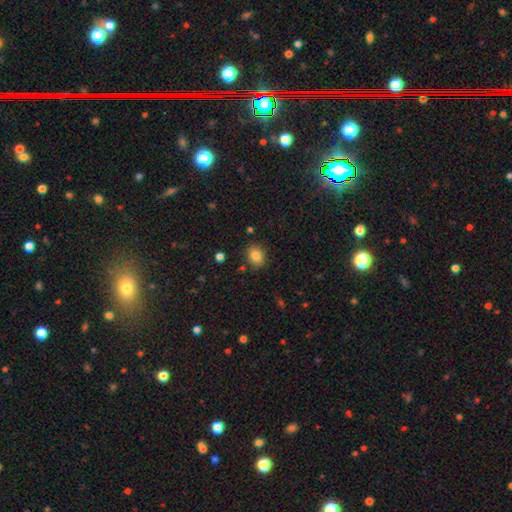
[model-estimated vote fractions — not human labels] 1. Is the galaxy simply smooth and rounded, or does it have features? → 83% smooth, 10% star or artifact, 7% featured or disk.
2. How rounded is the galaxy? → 51% round, 48% in between, 1% cigar-shaped.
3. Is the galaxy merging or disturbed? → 85% none, 10% minor disturbance, 3% major disturbance, 2% merger.